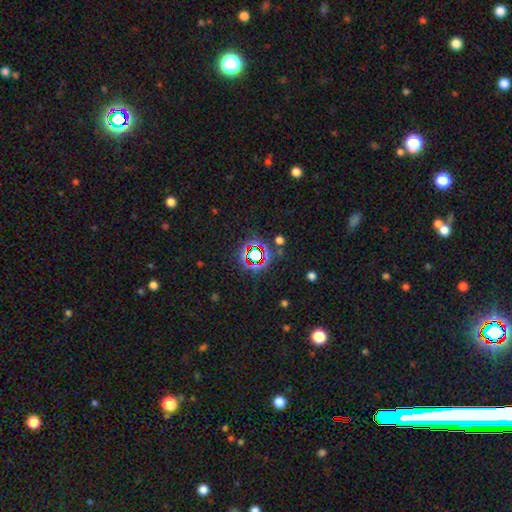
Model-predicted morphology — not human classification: A star or artifact, not a galaxy (73%).